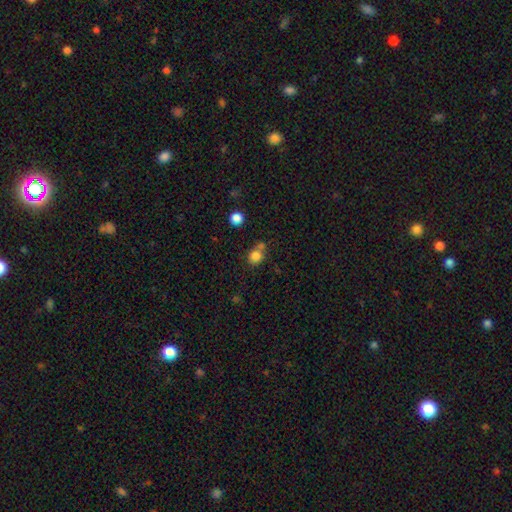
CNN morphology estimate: type=smooth (82%); roundness=round (81%); merging=none (55%).